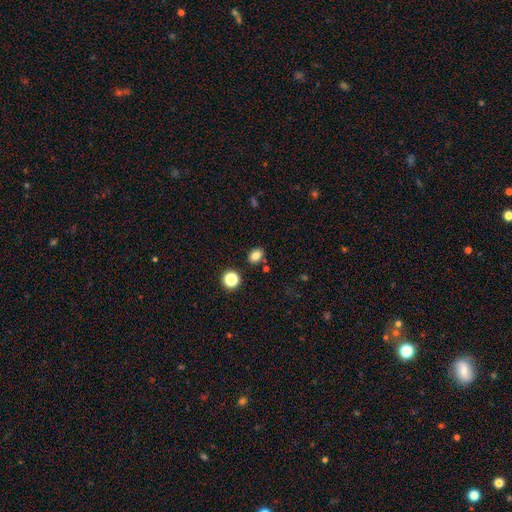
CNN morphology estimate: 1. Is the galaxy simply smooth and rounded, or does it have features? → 81% smooth, 13% star or artifact, 7% featured or disk.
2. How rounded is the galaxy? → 64% in between, 35% round, 1% cigar-shaped.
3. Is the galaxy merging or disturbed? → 83% none, 10% minor disturbance, 5% merger, 3% major disturbance.